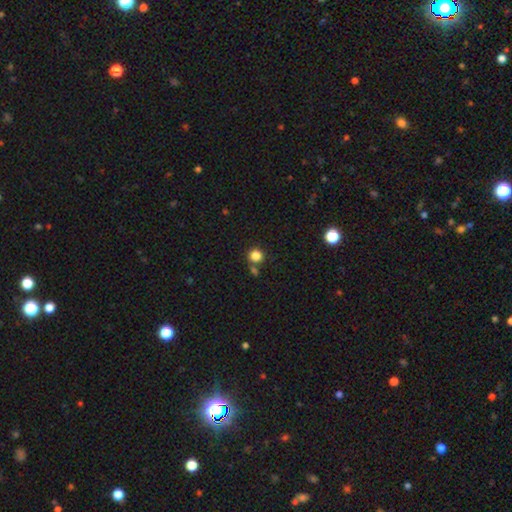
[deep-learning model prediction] Morphology: type=smooth (83%); roundness=round (90%); merging=none (72%).